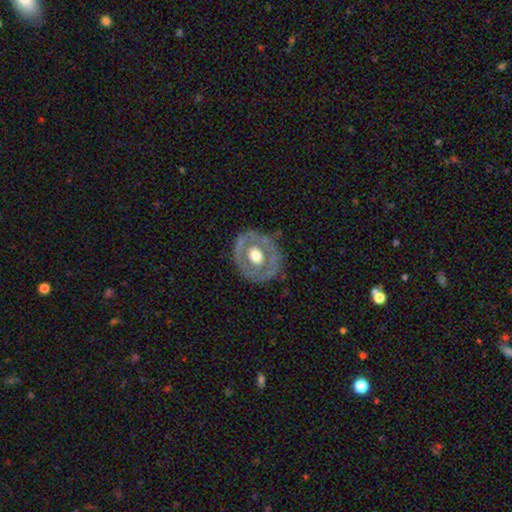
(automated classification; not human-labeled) This is possibly a featured or disk galaxy (60%). It is clearly not viewed edge-on (95%). Bar: clearly no (82%). Spiral arm pattern: clearly no (85%). Central bulge: possibly moderate (58%). Merging: likely none (74%).